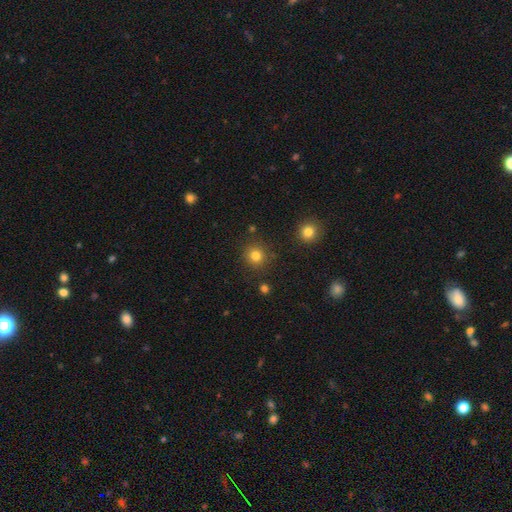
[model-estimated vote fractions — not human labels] This is clearly a smooth galaxy (81%). How rounded: clearly round (93%). Merging: clearly none (88%).